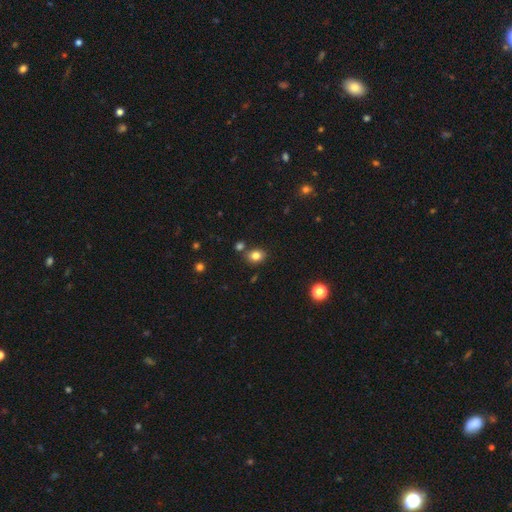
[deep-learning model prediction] smooth-or-featured: smooth: 81% | star or artifact: 12% | featured or disk: 7%
  how-rounded: in between: 50% | round: 49% | cigar-shaped: 1%
  merging: none: 77% | minor disturbance: 11% | merger: 10% | major disturbance: 3%